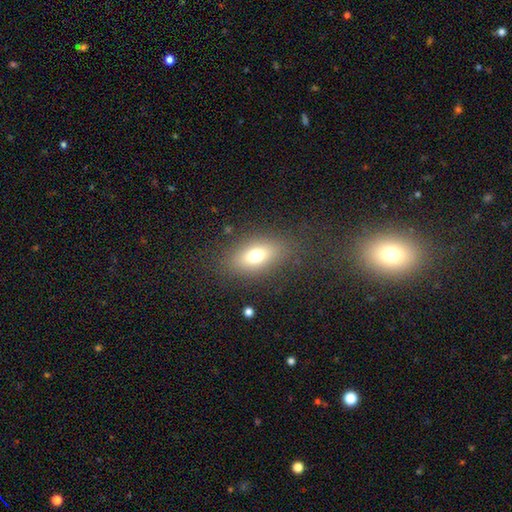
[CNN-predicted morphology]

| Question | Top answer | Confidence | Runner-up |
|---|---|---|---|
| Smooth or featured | smooth | 72% | featured or disk (16%) |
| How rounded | in between | 80% | round (14%) |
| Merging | none | 79% | minor disturbance (12%) |